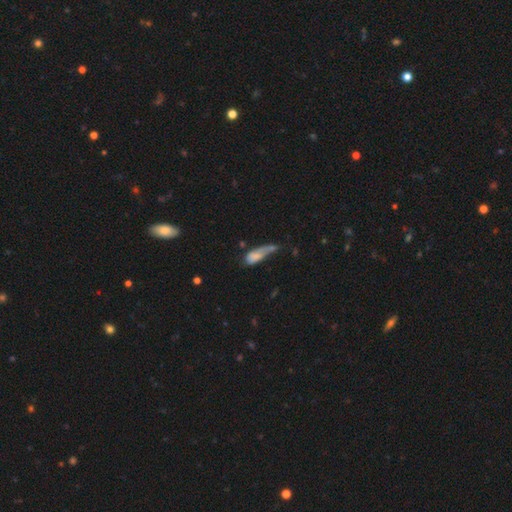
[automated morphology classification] This is likely a smooth galaxy (63%). How rounded: likely in between (72%). Merging: marginally major disturbance (37%).